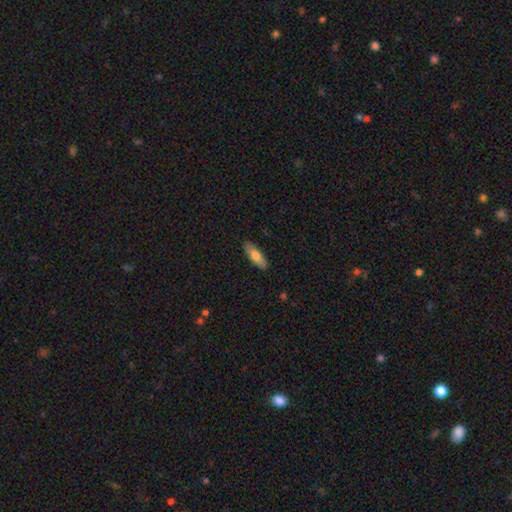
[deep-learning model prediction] smooth 74%, featured or disk 20%, star or artifact 6%. Down the decision tree: how rounded — in between (54%); merging — none (88%).